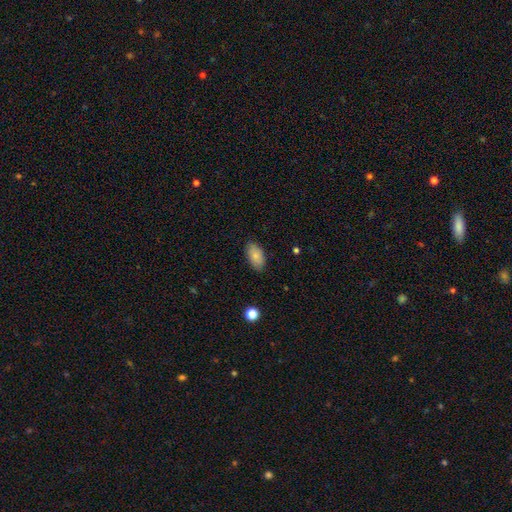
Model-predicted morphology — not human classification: Smooth or featured?
  - smooth: 83% *
  - featured or disk: 10%
  - star or artifact: 7%
How rounded?
  - in between: 93% *
  - round: 4%
  - cigar-shaped: 3%
Merging?
  - none: 85% *
  - minor disturbance: 11%
  - major disturbance: 2%
  - merger: 1%